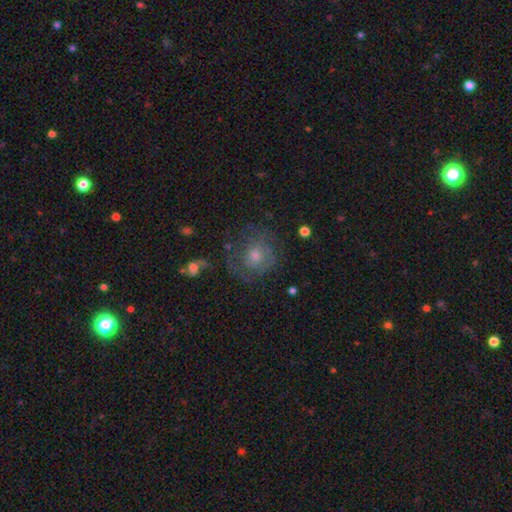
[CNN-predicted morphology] A smooth galaxy with no disk features (46%). Merging: none (58%).